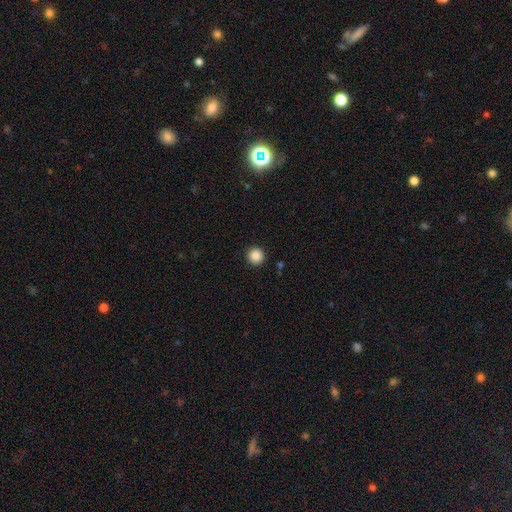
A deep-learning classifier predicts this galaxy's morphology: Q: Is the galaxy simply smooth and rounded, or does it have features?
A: smooth — 87%.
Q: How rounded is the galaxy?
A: round — 96%.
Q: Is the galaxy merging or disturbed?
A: none — 92%.